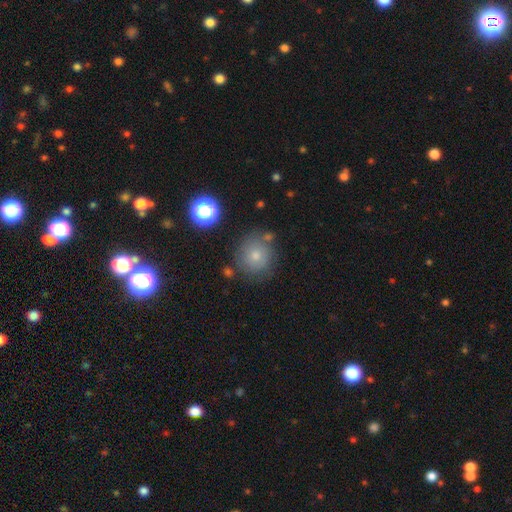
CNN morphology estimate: Smooth or featured?
  - smooth: 73% *
  - featured or disk: 15%
  - star or artifact: 12%
How rounded?
  - round: 91% *
  - in between: 9%
  - cigar-shaped: 1%
Merging?
  - none: 74% *
  - minor disturbance: 15%
  - merger: 6%
  - major disturbance: 5%